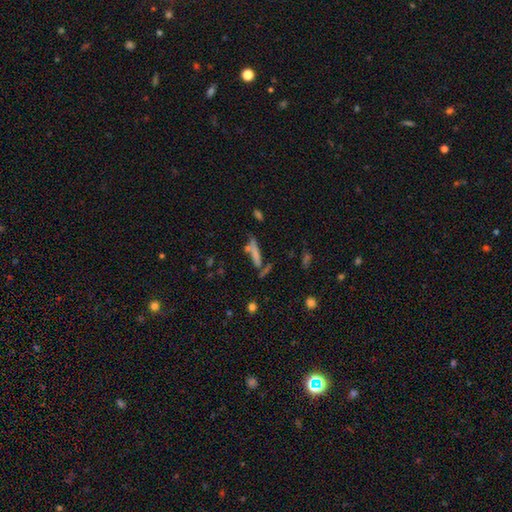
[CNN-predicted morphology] smooth-or-featured: smooth: 50% | featured or disk: 31% | star or artifact: 18%
  how-rounded: cigar-shaped: 78% | in between: 18% | round: 4%
  merging: none: 54% | merger: 19% | minor disturbance: 17% | major disturbance: 11%